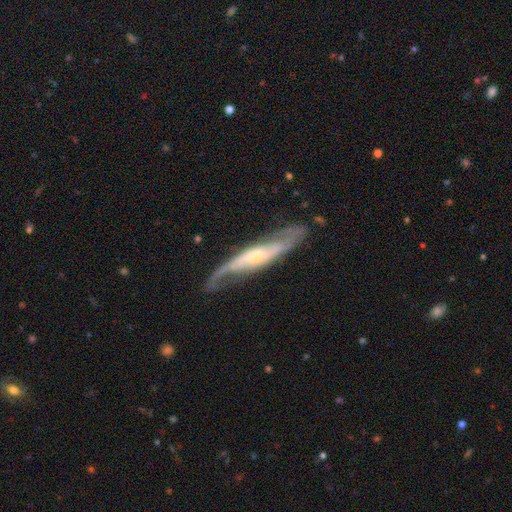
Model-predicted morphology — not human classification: featured or disk 82%, smooth 13%, star or artifact 5%. Down the decision tree: edge-on disk — no (66%); bar — no (48%); spiral arms — yes (92%); spiral arm count — 2 (83%); spiral winding — loose (44%); bulge size — small (67%); merging — none (72%).